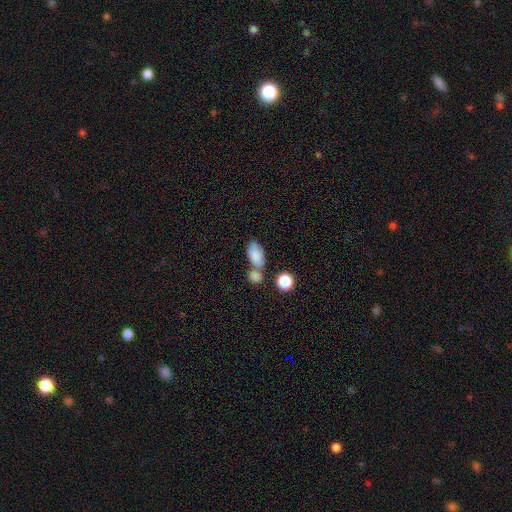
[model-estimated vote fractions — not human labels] A smooth galaxy with no disk features (82%) that is in between round and cigar-shaped (90%).

Vote fractions:
- Smooth or featured? smooth: 82% / featured or disk: 9% / star or artifact: 9%
- How rounded? in between: 90% / round: 7% / cigar-shaped: 3%
- Merging? none: 46% / merger: 35% / minor disturbance: 14% / major disturbance: 5%